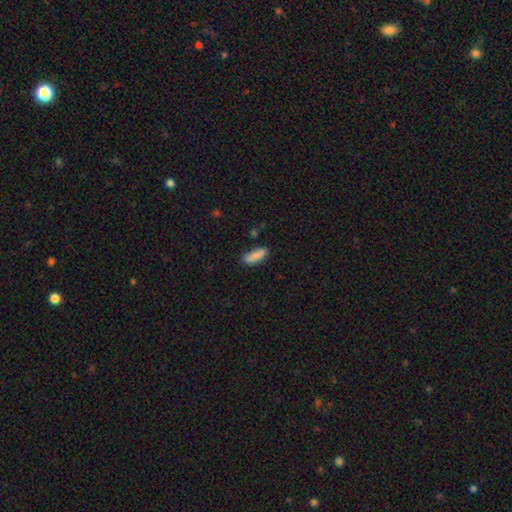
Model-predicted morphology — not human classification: The model was most divided on "how rounded": in between: 58%, cigar-shaped: 40%, round: 2%. More confident: smooth or featured — smooth (87%); merging — none (80%).